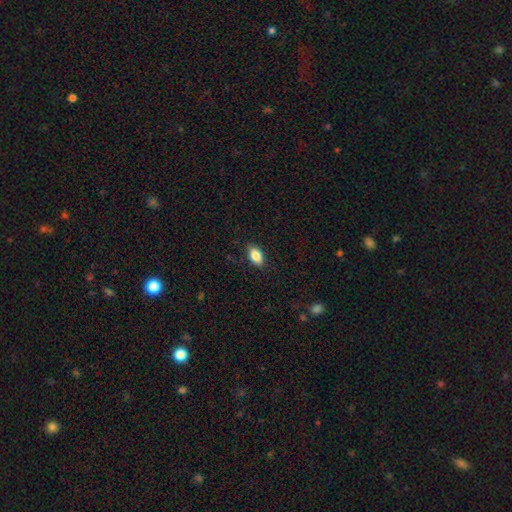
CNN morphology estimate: A smooth galaxy with no disk features (85%) that is in between round and cigar-shaped (90%).

Vote fractions:
- Smooth or featured? smooth: 85% / star or artifact: 8% / featured or disk: 7%
- How rounded? in between: 90% / round: 7% / cigar-shaped: 3%
- Merging? none: 87% / minor disturbance: 10% / major disturbance: 2% / merger: 1%